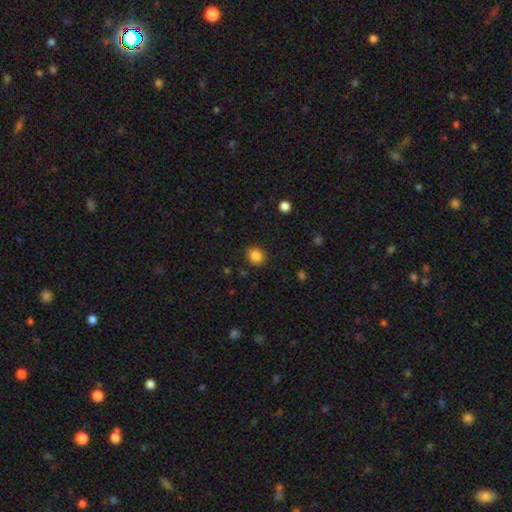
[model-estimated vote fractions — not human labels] Smooth or featured: smooth — 85% (star or artifact — 11%)
How rounded: round — 77% (in between — 22%)
Merging: none — 89% (minor disturbance — 8%)